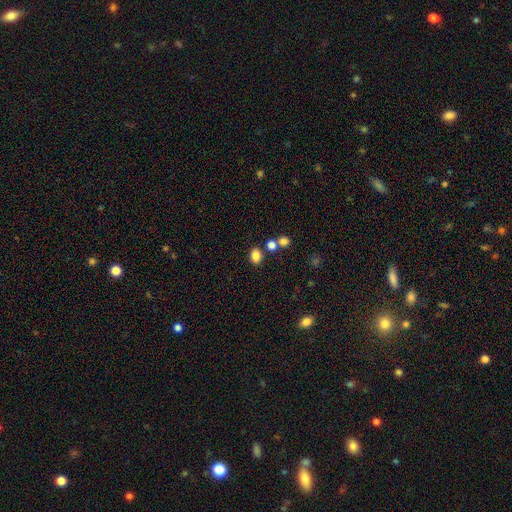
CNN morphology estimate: Smooth or featured: smooth — 83% (star or artifact — 12%)
How rounded: in between — 60% (round — 39%)
Merging: none — 74% (merger — 12%)